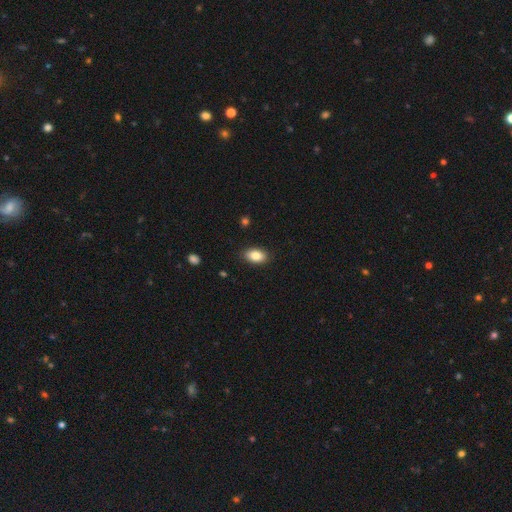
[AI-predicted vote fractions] A smooth galaxy with no disk features (85%) that is in between round and cigar-shaped (91%).

Vote fractions:
- Smooth or featured? smooth: 85% / featured or disk: 7% / star or artifact: 7%
- How rounded? in between: 91% / round: 7% / cigar-shaped: 2%
- Merging? none: 87% / minor disturbance: 10% / major disturbance: 2% / merger: 1%